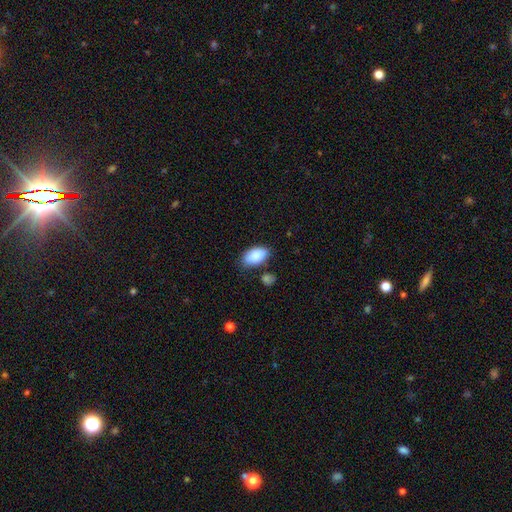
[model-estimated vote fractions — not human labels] A smooth galaxy with no disk features (88%) that is in between round and cigar-shaped (94%). Merging: none (73%).